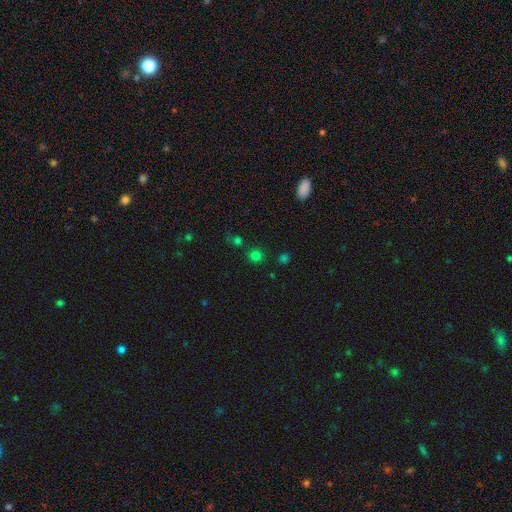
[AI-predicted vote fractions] Overall: smooth (73%). How rounded: round (91%). Merging: none (81%).